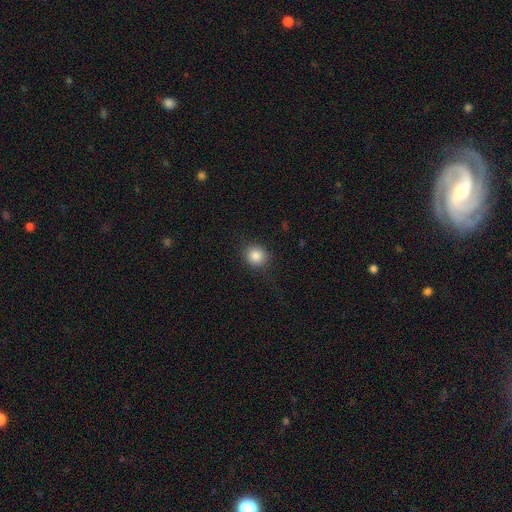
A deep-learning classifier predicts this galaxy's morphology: Q: Smooth or featured?
A: smooth (85%); runner-up: star or artifact (10%)
Q: How rounded?
A: round (84%); runner-up: in between (15%)
Q: Merging?
A: none (87%); runner-up: minor disturbance (9%)